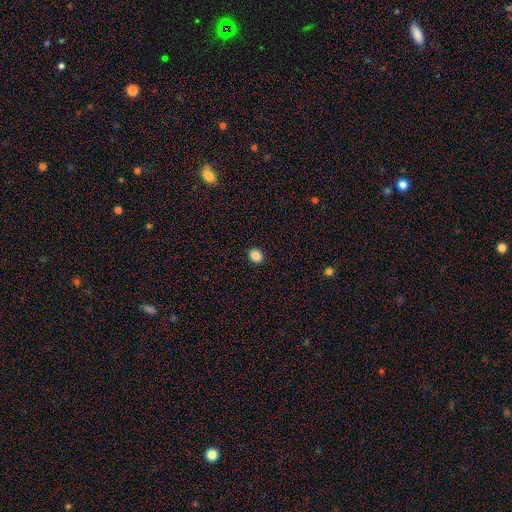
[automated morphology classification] type=smooth (87%); roundness=round (67%); merging=none (92%).